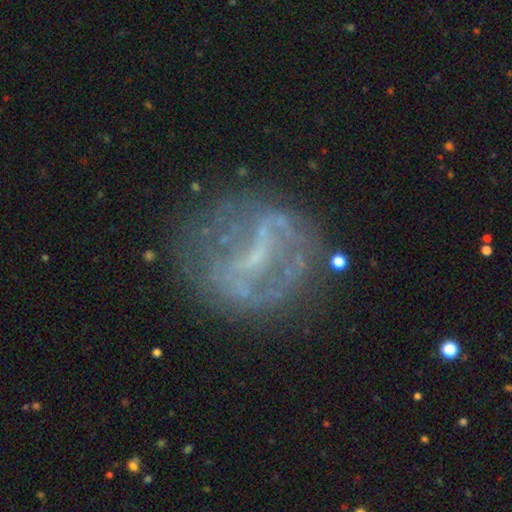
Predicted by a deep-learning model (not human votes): A featured or disk galaxy (74%) with a strong bar (44%), spiral arms (56%) and a small central bulge (45%).

Vote fractions:
- Smooth or featured? featured or disk: 74% / smooth: 15% / star or artifact: 11%
- Edge-on disk? no: 96% / yes: 4%
- Bar? strong: 44% / weak: 36% / no: 20%
- Spiral arms? yes: 56% / no: 44%
- Bulge size? small: 45% / none: 43% / moderate: 9% / large: 1% / dominant: 1%
- Merging? none: 63% / minor disturbance: 17% / major disturbance: 16% / merger: 3%